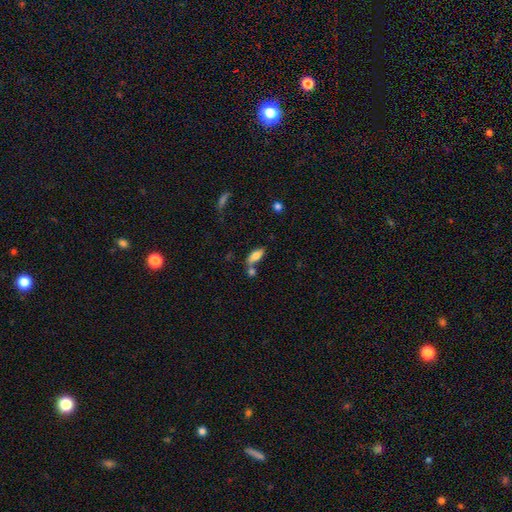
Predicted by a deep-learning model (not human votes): A smooth galaxy with no disk features (75%) that is in between round and cigar-shaped (76%).

Vote fractions:
- Smooth or featured? smooth: 75% / featured or disk: 17% / star or artifact: 8%
- How rounded? in between: 76% / cigar-shaped: 21% / round: 3%
- Merging? none: 52% / merger: 30% / minor disturbance: 14% / major disturbance: 5%